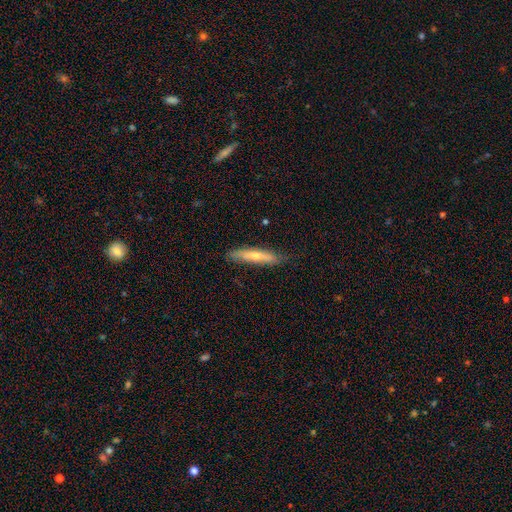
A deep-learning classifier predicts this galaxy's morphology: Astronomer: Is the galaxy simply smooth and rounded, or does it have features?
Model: smooth — 60%.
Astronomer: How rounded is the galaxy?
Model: cigar-shaped — 87%.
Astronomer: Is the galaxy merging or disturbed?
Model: none — 81%.